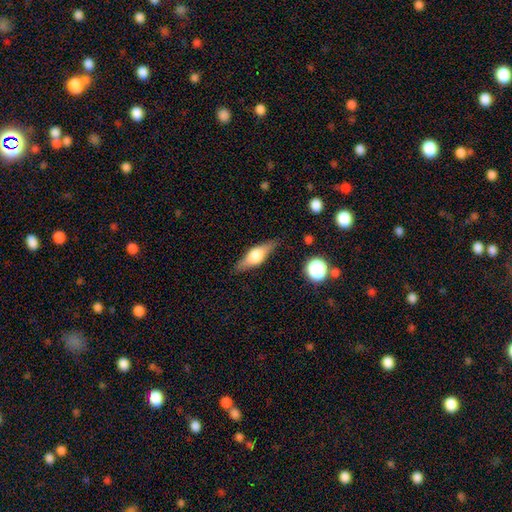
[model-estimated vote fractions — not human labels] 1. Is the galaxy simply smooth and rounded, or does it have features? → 54% featured or disk, 39% smooth, 7% star or artifact.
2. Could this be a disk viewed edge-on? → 92% yes, 8% no.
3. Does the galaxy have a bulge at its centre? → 90% rounded, 8% boxy, 2% none.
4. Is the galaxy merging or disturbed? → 83% none, 12% minor disturbance, 3% major disturbance, 2% merger.